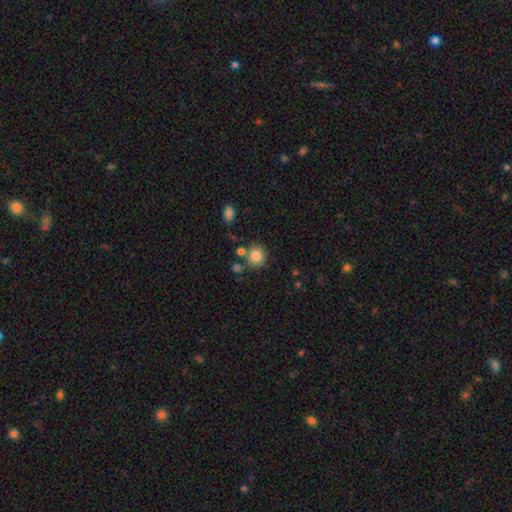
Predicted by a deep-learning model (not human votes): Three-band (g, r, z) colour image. It shows a smooth galaxy with no disk features (82%) that is round (85%). Merging: none (73%).